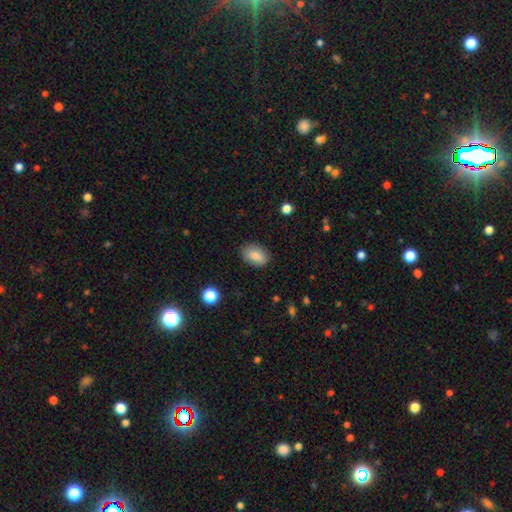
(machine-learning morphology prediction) type=smooth (82%); roundness=in between (86%); merging=none (84%).